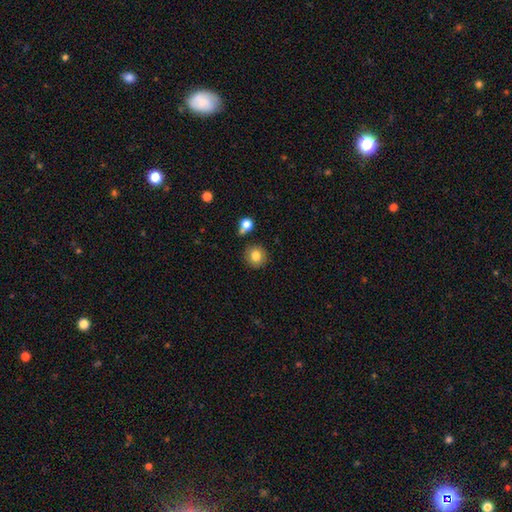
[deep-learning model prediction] Overall: smooth (82%). How rounded: round (90%). Merging: none (84%).